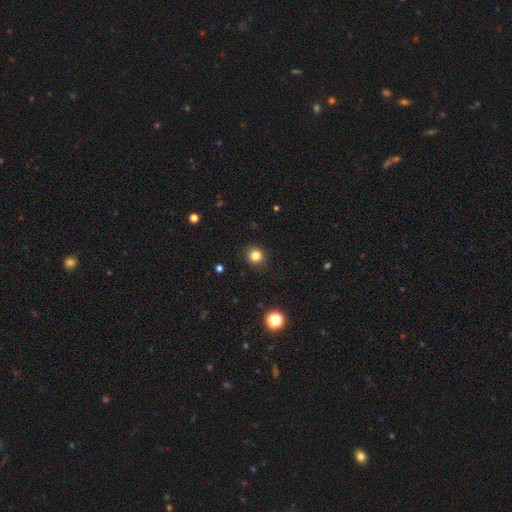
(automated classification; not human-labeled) A smooth galaxy with no disk features (82%) that is round (88%). Merging: none (91%).